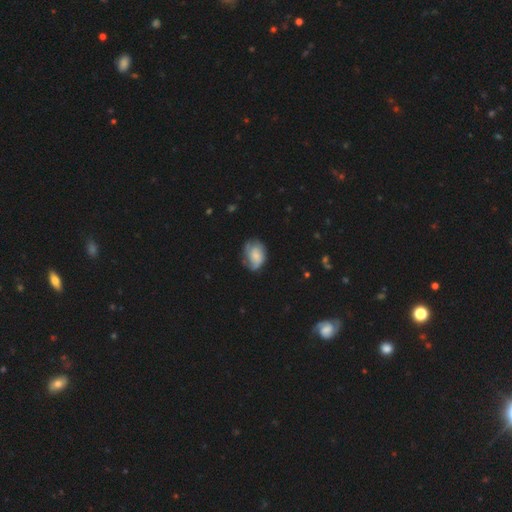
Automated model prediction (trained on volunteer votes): A featured or disk galaxy (50%). Merging: none (58%).